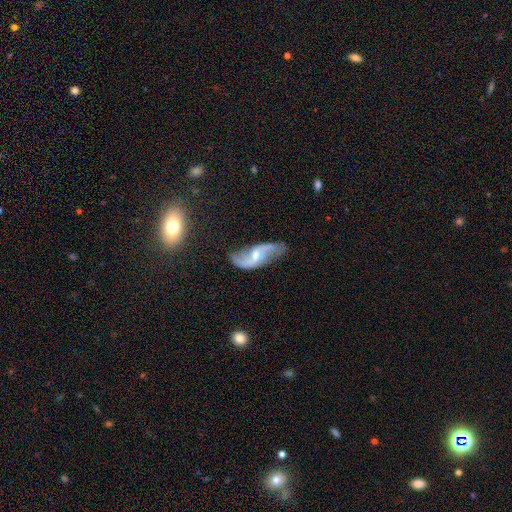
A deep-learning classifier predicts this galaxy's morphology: A featured or disk galaxy (83%) with a weak bar (56%), 2 (91%) loose (79%) spiral arms (93%) and a small central bulge (47%).

Vote fractions:
- Smooth or featured? featured or disk: 83% / smooth: 11% / star or artifact: 6%
- Edge-on disk? no: 95% / yes: 5%
- Bar? weak: 56% / no: 22% / strong: 22%
- Spiral arms? yes: 93% / no: 7%
- Spiral winding? loose: 79% / medium: 16% / tight: 4%
- Spiral arm count? 2: 91% / can't tell: 3% / 1: 2% / 3: 1% / 4: 1% / more than 4: 1%
- Bulge size? small: 47% / moderate: 37% / none: 12% / large: 3% / dominant: 1%
- Merging? none: 66% / minor disturbance: 20% / major disturbance: 10% / merger: 4%